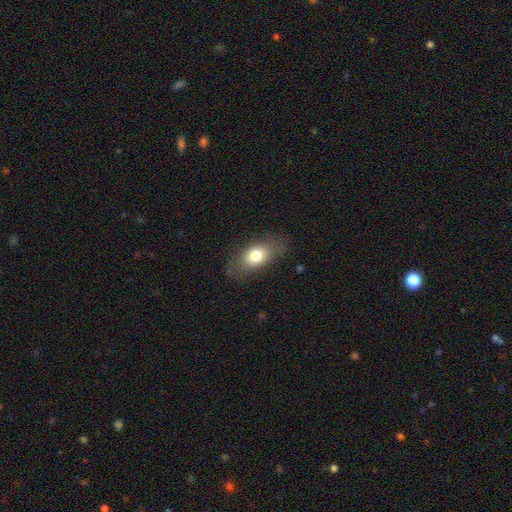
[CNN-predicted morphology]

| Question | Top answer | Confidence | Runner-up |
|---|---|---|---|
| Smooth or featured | smooth | 75% | featured or disk (17%) |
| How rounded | in between | 84% | round (10%) |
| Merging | none | 78% | minor disturbance (15%) |